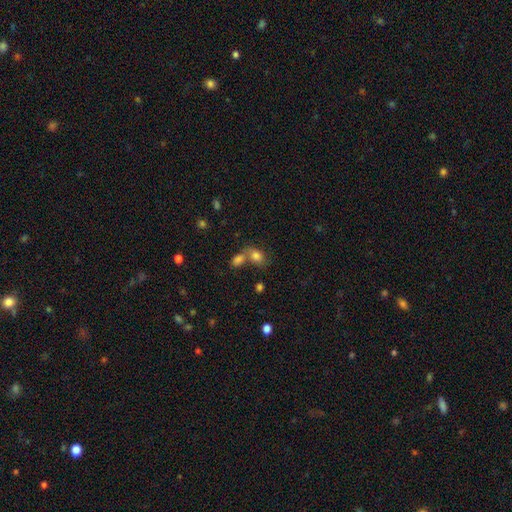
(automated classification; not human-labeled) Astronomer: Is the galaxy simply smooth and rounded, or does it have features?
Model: smooth — 62%.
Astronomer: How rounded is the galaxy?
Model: in between — 58% (runner-up: round, 38%).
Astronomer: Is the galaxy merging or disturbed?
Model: none — 44% (runner-up: merger, 42%).